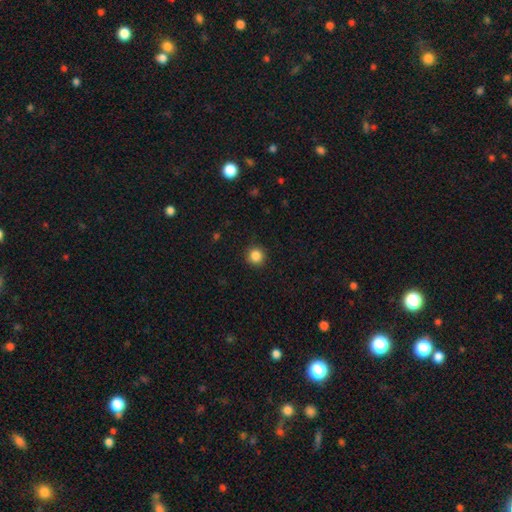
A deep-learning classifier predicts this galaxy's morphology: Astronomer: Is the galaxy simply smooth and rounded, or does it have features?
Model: smooth — 86%.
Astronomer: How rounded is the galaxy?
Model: round — 93%.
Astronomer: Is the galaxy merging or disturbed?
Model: none — 91%.